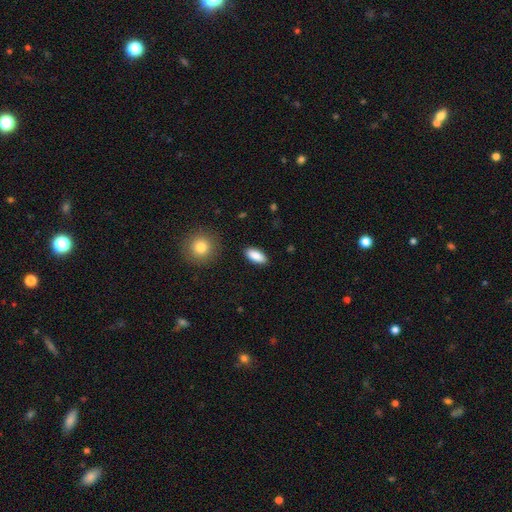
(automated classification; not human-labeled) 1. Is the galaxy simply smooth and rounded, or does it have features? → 87% smooth, 7% star or artifact, 6% featured or disk.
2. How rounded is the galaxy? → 85% in between, 13% cigar-shaped, 2% round.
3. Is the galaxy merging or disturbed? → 89% none, 8% minor disturbance, 2% major disturbance, 1% merger.